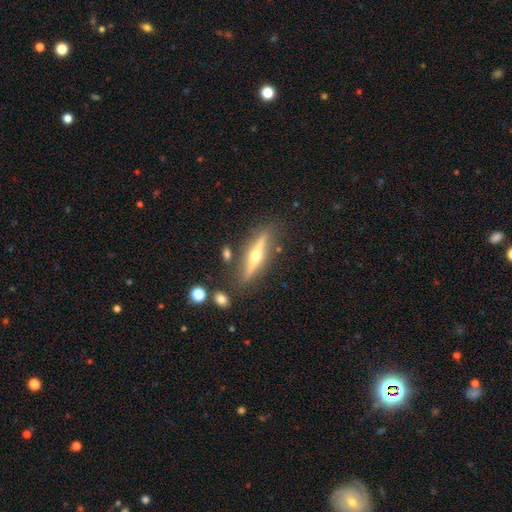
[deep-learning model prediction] Overall: featured or disk (77%). Edge-on disk: yes (97%). Edge-on bulge: rounded (95%). Merging: none (84%).